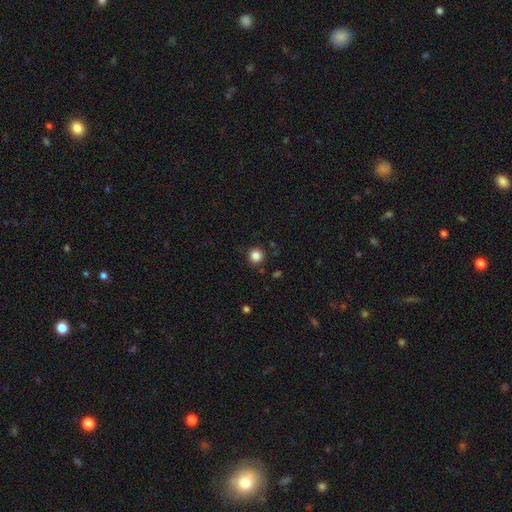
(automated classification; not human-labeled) smooth-or-featured: smooth: 85% | star or artifact: 11% | featured or disk: 4%
  how-rounded: round: 94% | in between: 5% | cigar-shaped: 1%
  merging: none: 89% | minor disturbance: 8% | major disturbance: 2% | merger: 2%